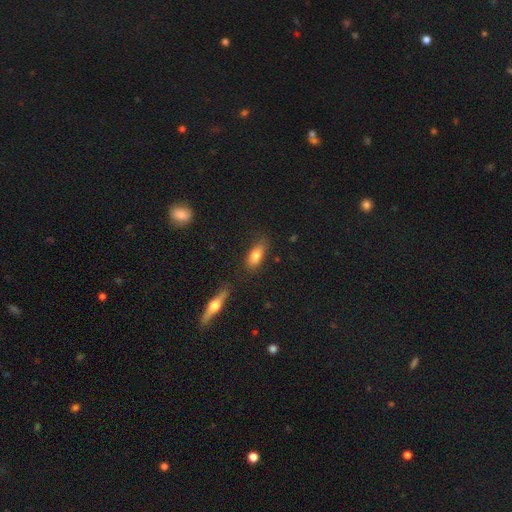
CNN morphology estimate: Smooth or featured: smooth — 77% (featured or disk — 15%)
How rounded: in between — 80% (cigar-shaped — 16%)
Merging: none — 74% (minor disturbance — 17%)